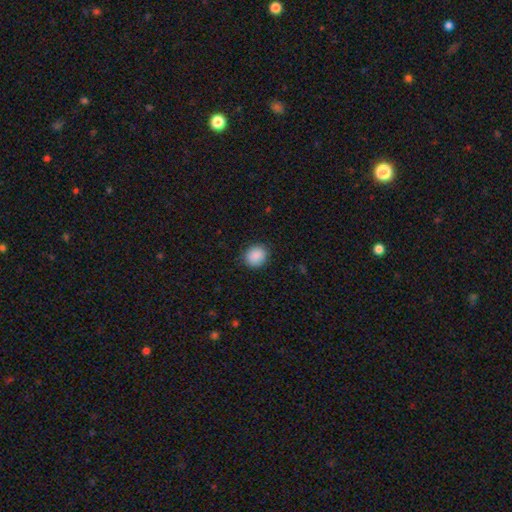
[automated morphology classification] type=smooth (90%); roundness=round (70%); merging=none (88%).